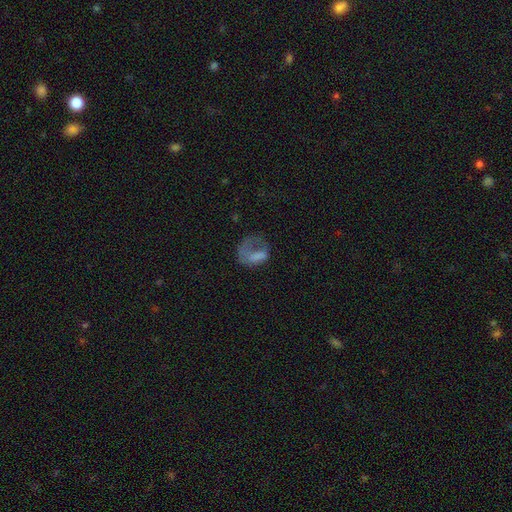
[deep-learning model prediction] The model was most divided on "how rounded": in between: 60%, round: 37%, cigar-shaped: 3%. More confident: smooth or featured — smooth (56%); merging — major disturbance (52%).